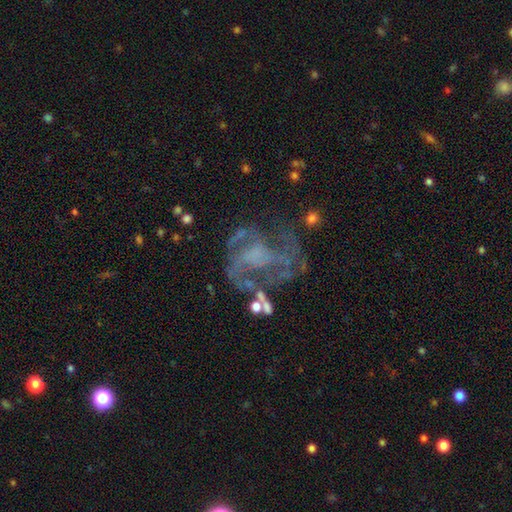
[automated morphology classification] This appears to be a featured or disk galaxy (75%) with no bar (65%), medium (44%) spiral arms (73%) and no central bulge (60%). Merging: none (45%).